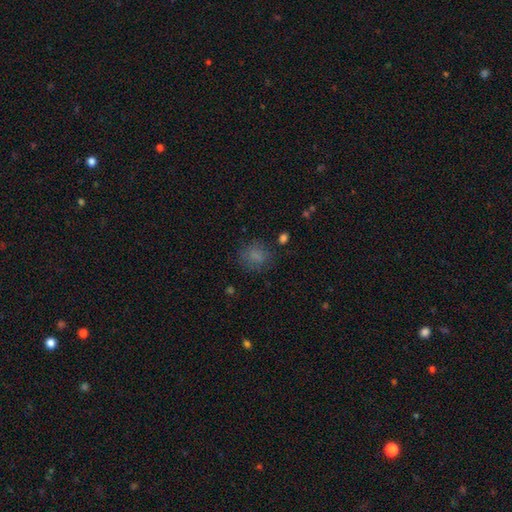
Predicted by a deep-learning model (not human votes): smooth 75%, star or artifact 15%, featured or disk 11%. Down the decision tree: how rounded — round (67%); merging — none (70%).